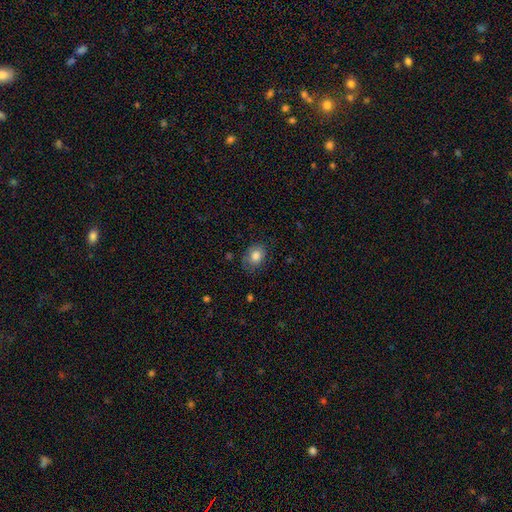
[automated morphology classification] smooth-or-featured: smooth: 81% | featured or disk: 11% | star or artifact: 8%
  how-rounded: in between: 62% | round: 37% | cigar-shaped: 1%
  merging: none: 74% | minor disturbance: 19% | major disturbance: 5% | merger: 1%